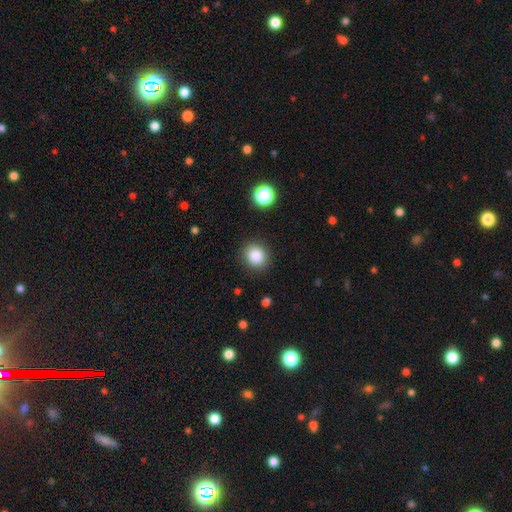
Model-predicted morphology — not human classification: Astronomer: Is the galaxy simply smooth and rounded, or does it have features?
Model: smooth — 86%.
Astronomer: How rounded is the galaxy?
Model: round — 82%.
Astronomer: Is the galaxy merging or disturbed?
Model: none — 87%.